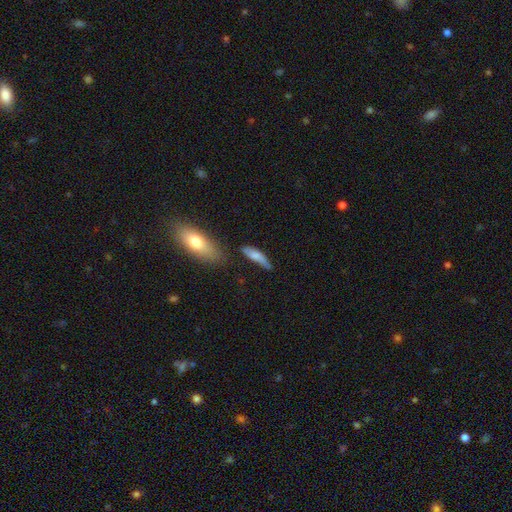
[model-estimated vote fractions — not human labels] Smooth or featured?
  - smooth: 70% *
  - featured or disk: 22%
  - star or artifact: 8%
How rounded?
  - cigar-shaped: 59% *
  - in between: 38%
  - round: 3%
Merging?
  - none: 48% *
  - minor disturbance: 31%
  - major disturbance: 12%
  - merger: 9%